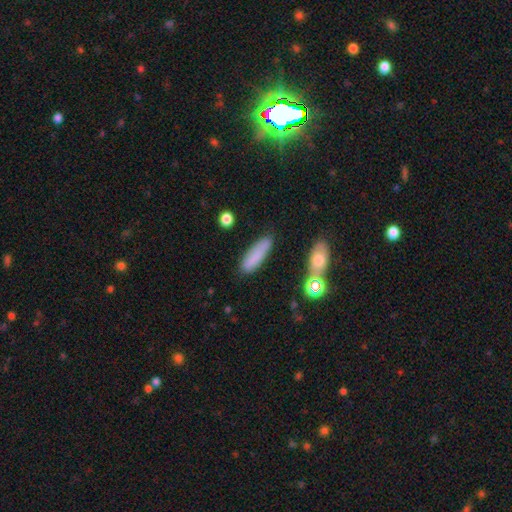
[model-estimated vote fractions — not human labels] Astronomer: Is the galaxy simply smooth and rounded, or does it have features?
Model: smooth — 82%.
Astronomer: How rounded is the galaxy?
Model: cigar-shaped — 63%.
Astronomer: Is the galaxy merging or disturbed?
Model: none — 80%.